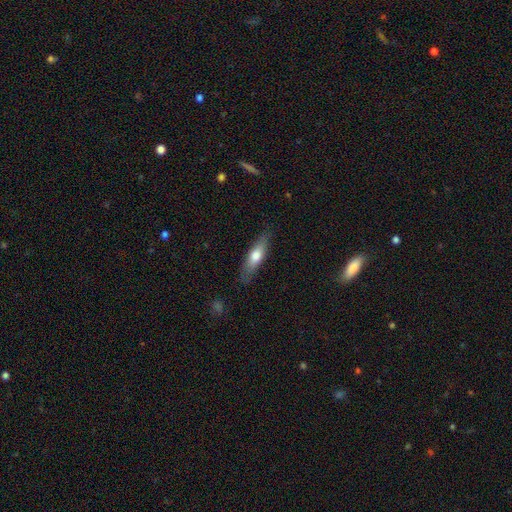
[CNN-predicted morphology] This is likely a smooth galaxy (62%). How rounded: likely cigar-shaped (62%). Merging: clearly none (81%).